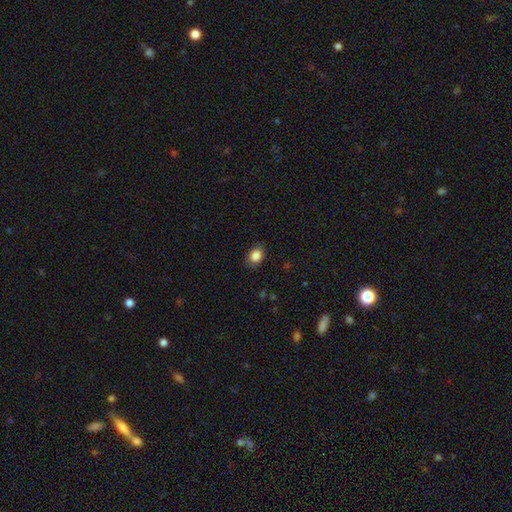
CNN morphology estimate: Smooth or featured: smooth — 86% (star or artifact — 9%)
How rounded: in between — 68% (round — 31%)
Merging: none — 83% (minor disturbance — 13%)